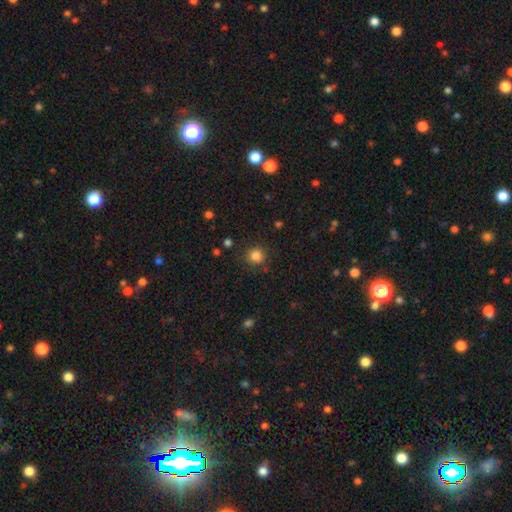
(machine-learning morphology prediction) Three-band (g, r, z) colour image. It shows a smooth galaxy with no disk features (83%) that is round (86%). Merging: none (81%).